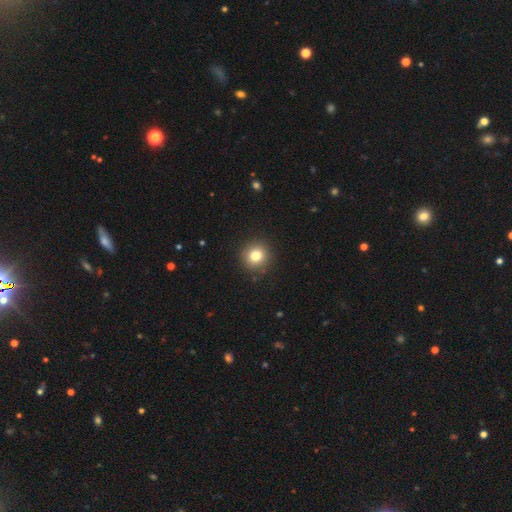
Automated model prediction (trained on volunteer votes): A smooth galaxy with no disk features (80%) that is round (91%).

Vote fractions:
- Smooth or featured? smooth: 80% / star or artifact: 12% / featured or disk: 8%
- How rounded? round: 91% / in between: 8% / cigar-shaped: 1%
- Merging? none: 91% / minor disturbance: 6% / major disturbance: 2% / merger: 1%